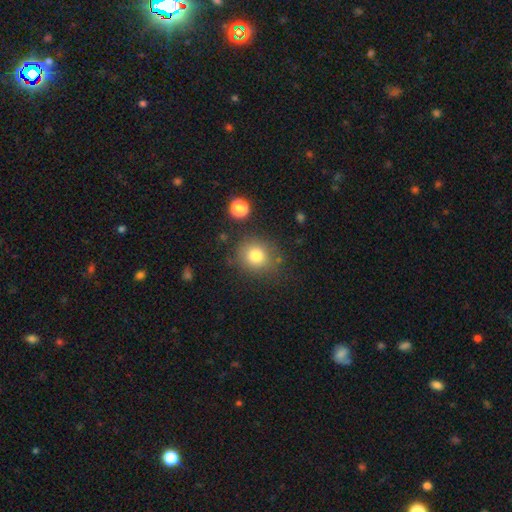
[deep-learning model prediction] Smooth or featured? Predicted: smooth (p=0.78). How rounded? Predicted: round (p=0.81). Merging? Predicted: none (p=0.78).